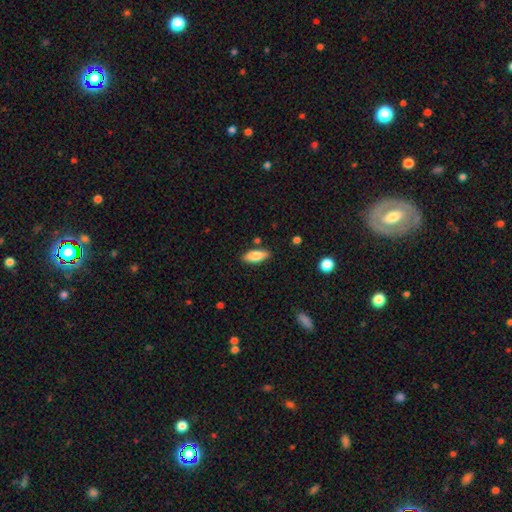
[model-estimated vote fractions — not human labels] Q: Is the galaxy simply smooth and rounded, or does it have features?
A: smooth — 81%.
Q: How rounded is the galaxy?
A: in between — 74%.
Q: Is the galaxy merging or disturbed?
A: none — 84%.